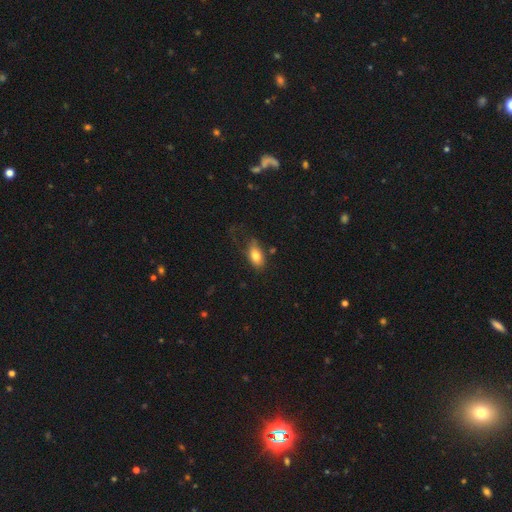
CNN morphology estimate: Smooth or featured?
  - smooth: 79% *
  - featured or disk: 13%
  - star or artifact: 8%
How rounded?
  - in between: 89% *
  - round: 7%
  - cigar-shaped: 5%
Merging?
  - none: 59% *
  - minor disturbance: 25%
  - major disturbance: 12%
  - merger: 3%